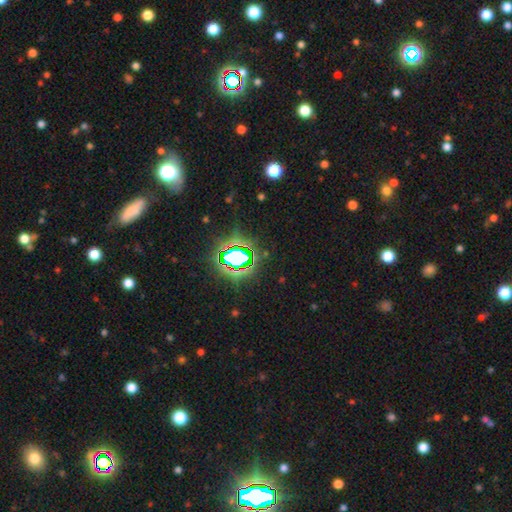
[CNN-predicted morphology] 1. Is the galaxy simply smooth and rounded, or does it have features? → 80% star or artifact, 13% smooth, 7% featured or disk.